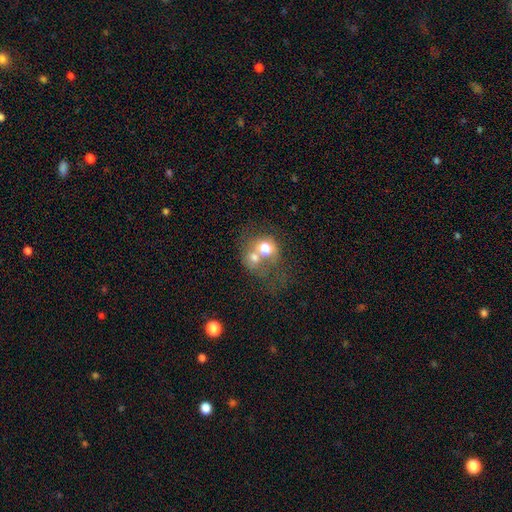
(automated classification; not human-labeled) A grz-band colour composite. It shows a smooth galaxy with no disk features (57%) that is round (66%). Merging: merger (64%).